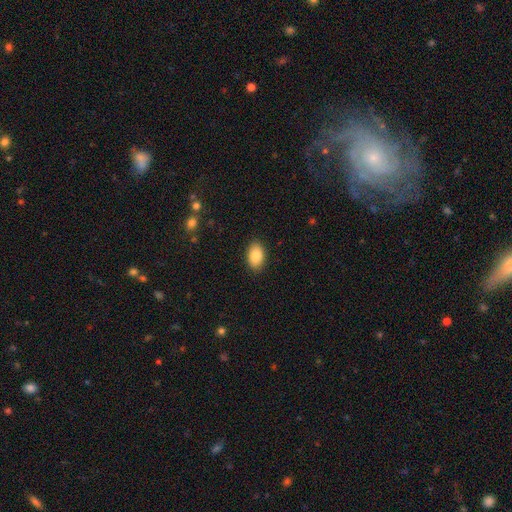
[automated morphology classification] smooth 87%, star or artifact 7%, featured or disk 6%. Down the decision tree: how rounded — in between (91%); merging — none (89%).